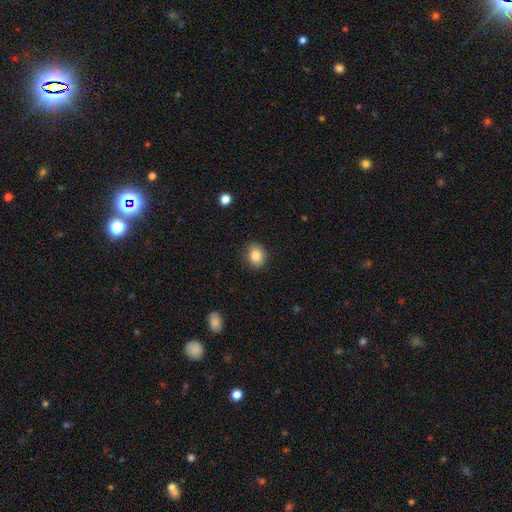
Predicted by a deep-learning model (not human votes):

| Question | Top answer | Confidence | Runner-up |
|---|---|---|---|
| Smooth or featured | smooth | 84% | star or artifact (9%) |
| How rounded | round | 50% | in between (49%) |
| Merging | none | 87% | minor disturbance (9%) |